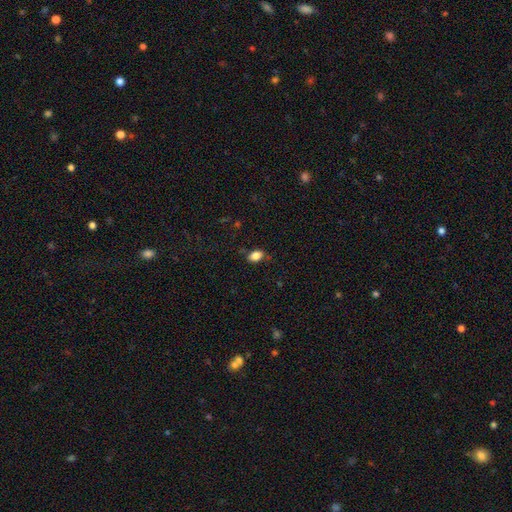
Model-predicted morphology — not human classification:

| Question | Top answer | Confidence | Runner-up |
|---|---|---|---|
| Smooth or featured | smooth | 83% | star or artifact (10%) |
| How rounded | in between | 80% | round (18%) |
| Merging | none | 75% | minor disturbance (18%) |